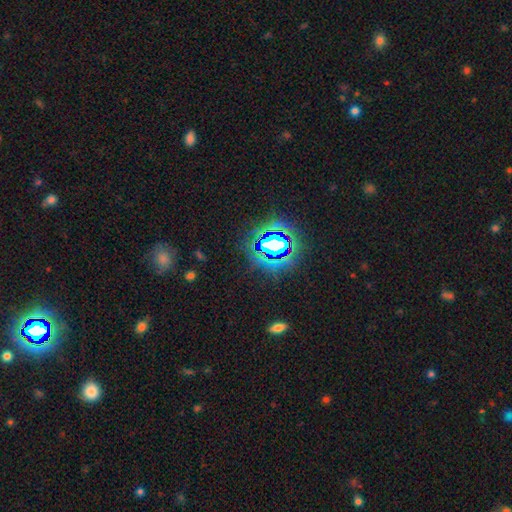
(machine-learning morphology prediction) star or artifact 80%, smooth 13%, featured or disk 8%.